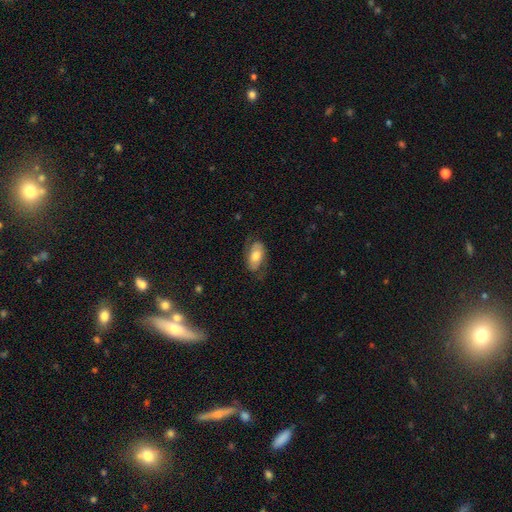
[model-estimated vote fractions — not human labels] This is possibly a featured or disk galaxy (47%). Merging: likely none (65%).